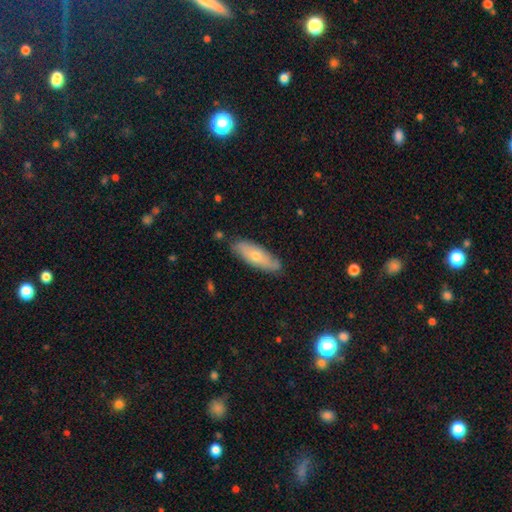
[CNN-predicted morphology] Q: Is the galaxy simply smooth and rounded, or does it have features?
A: smooth — 53%.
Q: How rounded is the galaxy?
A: in between — 55%.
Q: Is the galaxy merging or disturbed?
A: none — 81%.